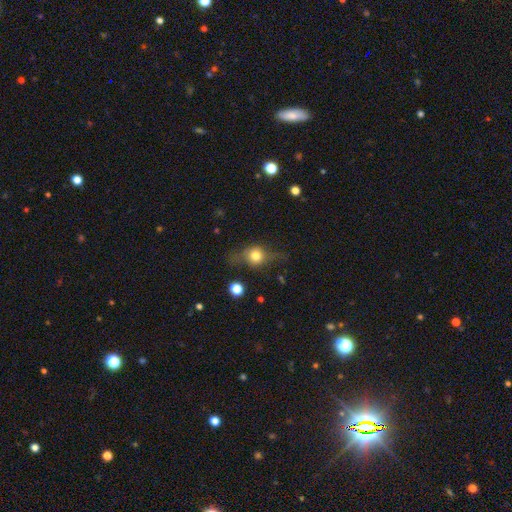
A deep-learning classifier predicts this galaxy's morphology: Q: Smooth or featured?
A: smooth (53%); runner-up: featured or disk (35%)
Q: How rounded?
A: round (67%); runner-up: in between (27%)
Q: Merging?
A: none (62%); runner-up: minor disturbance (22%)